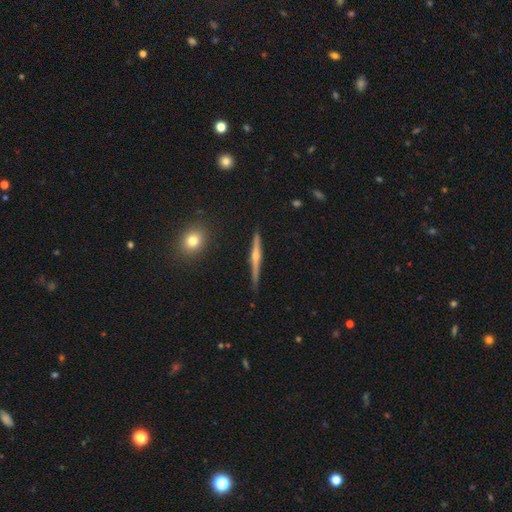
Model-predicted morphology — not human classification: This appears to be a featured or disk galaxy (77%) viewed edge-on (98%) with a rounded central bulge (86%). Merging: none (87%).